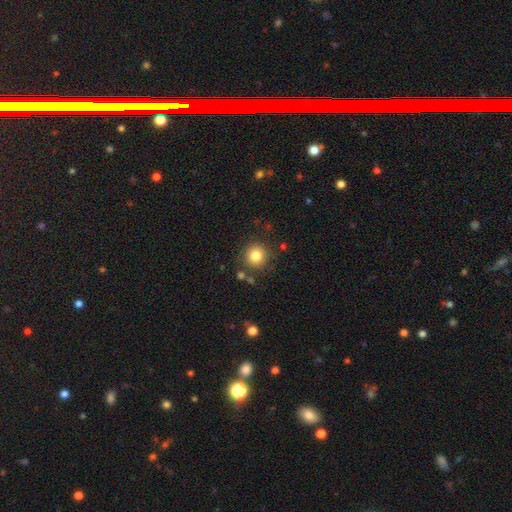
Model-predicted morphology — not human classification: A smooth galaxy with no disk features (82%) that is round (92%). Merging: none (83%).